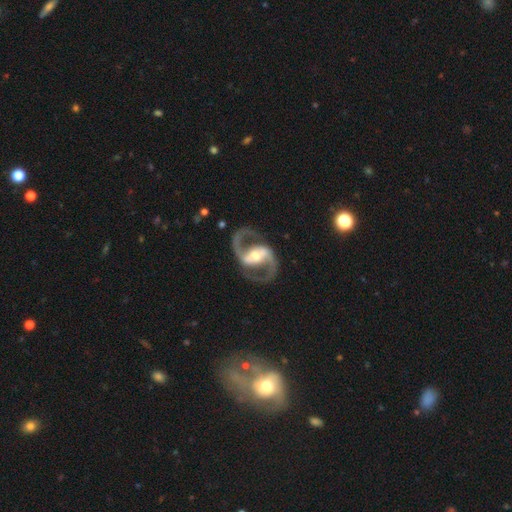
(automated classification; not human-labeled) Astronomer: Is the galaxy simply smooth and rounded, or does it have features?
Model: featured or disk — 93%.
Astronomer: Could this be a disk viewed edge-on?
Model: no — 97%.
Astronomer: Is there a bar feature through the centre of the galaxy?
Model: strong — 60%.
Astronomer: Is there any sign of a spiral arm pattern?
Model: yes — 97%.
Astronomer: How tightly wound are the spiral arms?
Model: medium — 63%.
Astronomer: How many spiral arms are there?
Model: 2 — 94%.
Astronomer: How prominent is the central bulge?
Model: moderate — 59%.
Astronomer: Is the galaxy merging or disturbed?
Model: none — 84%.